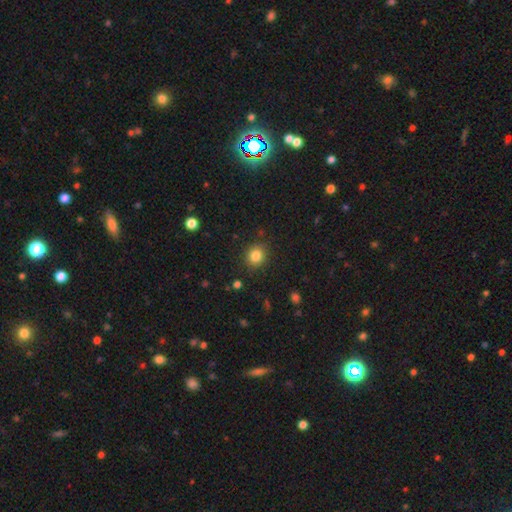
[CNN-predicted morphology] A smooth galaxy with no disk features (83%) that is round (80%).

Vote fractions:
- Smooth or featured? smooth: 83% / star or artifact: 11% / featured or disk: 5%
- How rounded? round: 80% / in between: 19% / cigar-shaped: 1%
- Merging? none: 88% / minor disturbance: 8% / major disturbance: 2% / merger: 1%